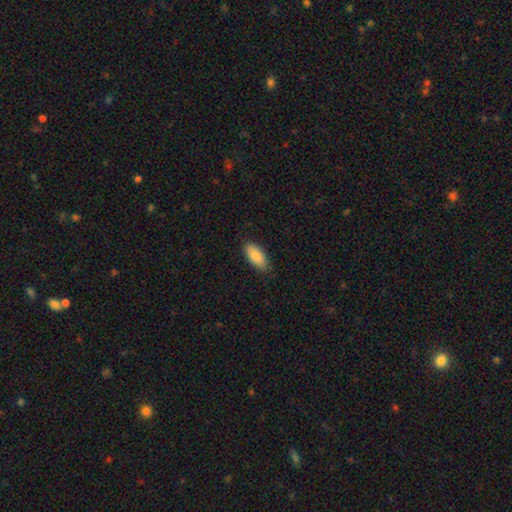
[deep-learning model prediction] Morphology: type=smooth (87%); roundness=in between (89%); merging=none (85%).